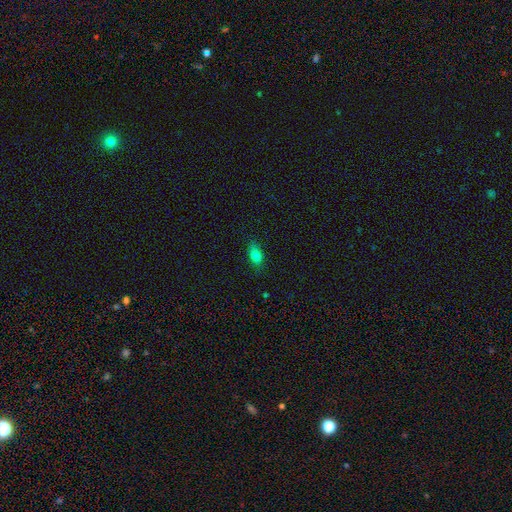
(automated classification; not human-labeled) Smooth or featured? smooth (80%)
How rounded? in between (82%)
Merging? none (79%)